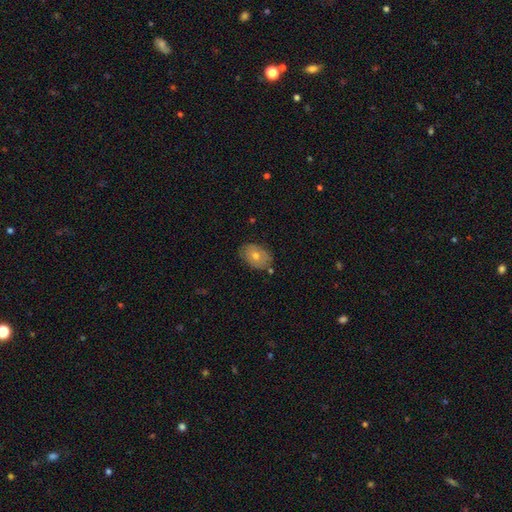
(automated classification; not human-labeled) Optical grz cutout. It shows a smooth galaxy with no disk features (56%) that is in between round and cigar-shaped (77%). Merging: none (81%).